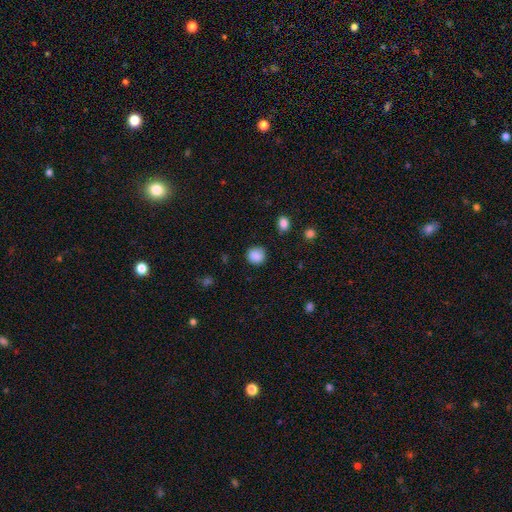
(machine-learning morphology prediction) A smooth galaxy with no disk features (88%) that is round (89%). Merging: none (86%).